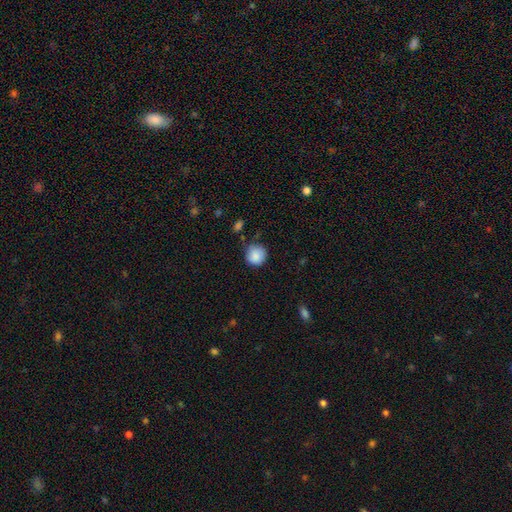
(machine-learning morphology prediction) Q: Smooth or featured?
A: smooth (87%); runner-up: star or artifact (8%)
Q: How rounded?
A: round (93%); runner-up: in between (6%)
Q: Merging?
A: none (75%); runner-up: minor disturbance (18%)